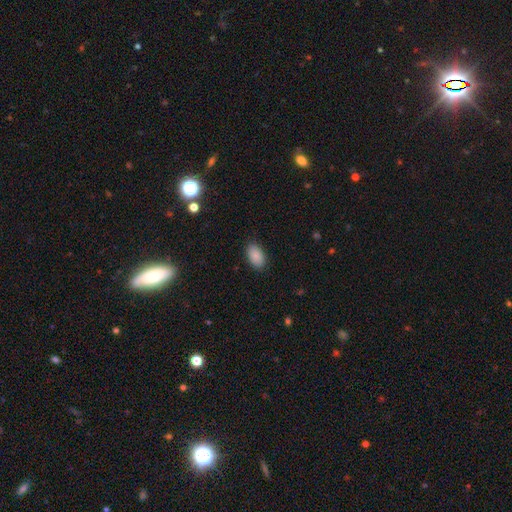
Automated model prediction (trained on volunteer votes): The model was most divided on "merging": none: 87%, minor disturbance: 10%, major disturbance: 2%, merger: 1%. More confident: how rounded — in between (94%); smooth or featured — smooth (89%).